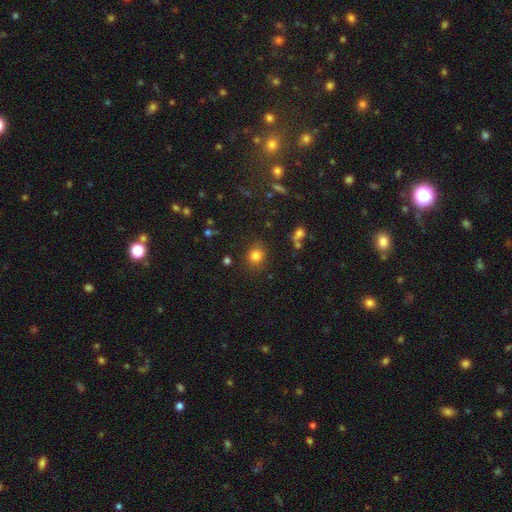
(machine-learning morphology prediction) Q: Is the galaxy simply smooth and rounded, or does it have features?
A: smooth — 81%.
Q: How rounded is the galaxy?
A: round — 81%.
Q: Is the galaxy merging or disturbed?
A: none — 83%.